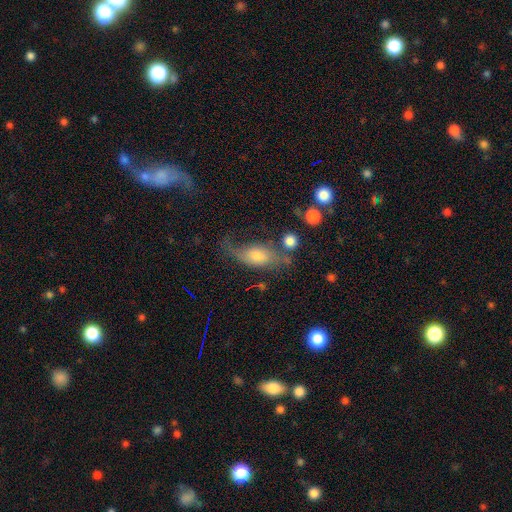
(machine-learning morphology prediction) Q: Smooth or featured?
A: featured or disk (46%); runner-up: smooth (44%)
Q: Merging?
A: none (42%); runner-up: minor disturbance (27%)